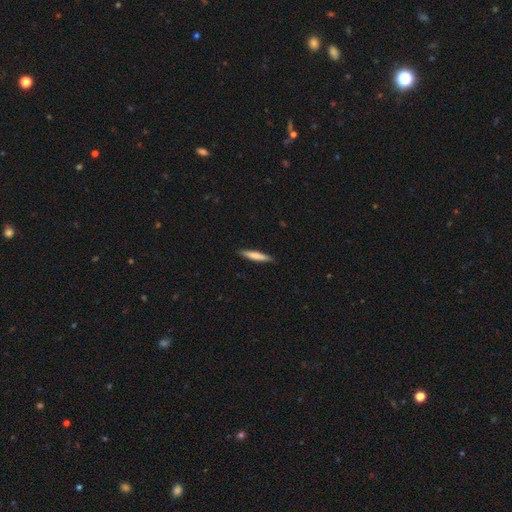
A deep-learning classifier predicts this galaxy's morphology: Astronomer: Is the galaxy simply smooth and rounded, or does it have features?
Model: smooth — 74%.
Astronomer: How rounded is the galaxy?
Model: cigar-shaped — 91%.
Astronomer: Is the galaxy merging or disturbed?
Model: none — 90%.